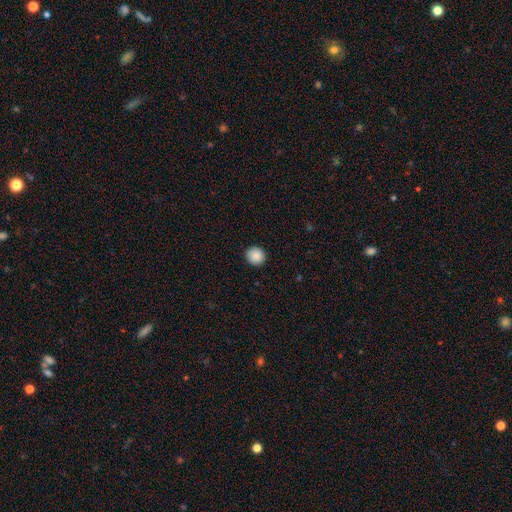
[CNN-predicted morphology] A smooth galaxy with no disk features (89%) that is round (91%).

Vote fractions:
- Smooth or featured? smooth: 89% / star or artifact: 8% / featured or disk: 3%
- How rounded? round: 91% / in between: 8% / cigar-shaped: 1%
- Merging? none: 92% / minor disturbance: 5% / major disturbance: 2% / merger: 1%